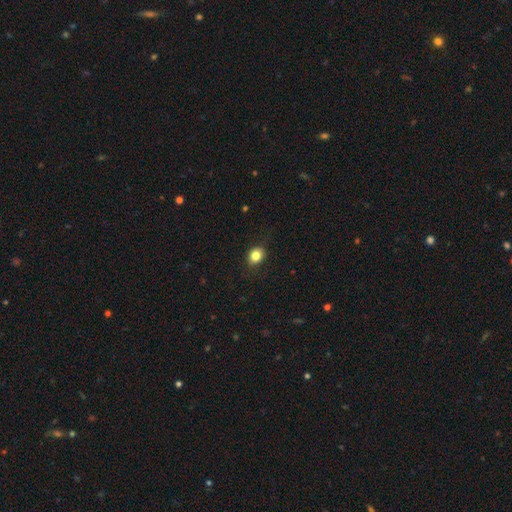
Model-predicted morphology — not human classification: Smooth or featured? smooth (83%)
How rounded? round (56%)
Merging? none (83%)